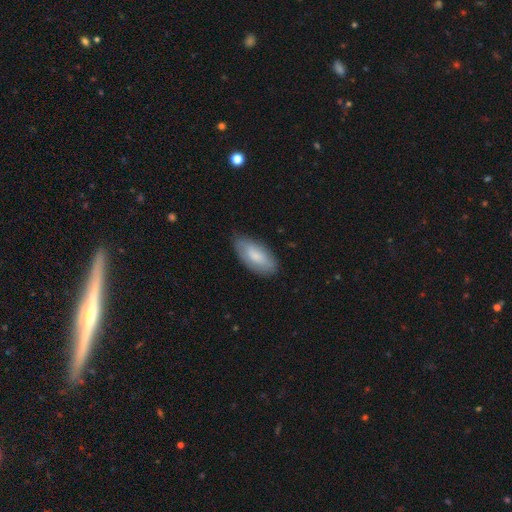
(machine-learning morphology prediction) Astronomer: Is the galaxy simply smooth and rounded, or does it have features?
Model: smooth — 74%.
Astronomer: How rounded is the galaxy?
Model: in between — 89%.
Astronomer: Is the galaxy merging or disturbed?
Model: none — 77%.